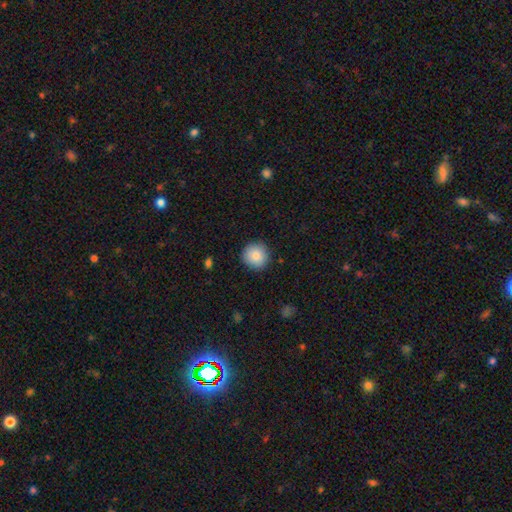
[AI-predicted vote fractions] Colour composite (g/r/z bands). It shows a smooth galaxy with no disk features (86%) that is round (94%). Merging: none (90%).